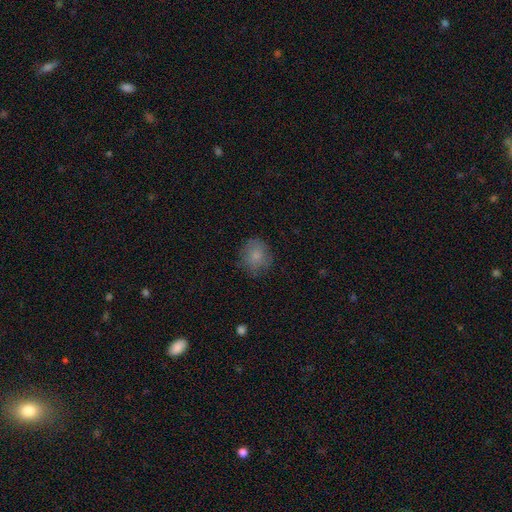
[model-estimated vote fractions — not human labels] The model was most divided on "merging": none: 78%, minor disturbance: 16%, major disturbance: 5%, merger: 1%. More confident: how rounded — round (83%); smooth or featured — smooth (81%).